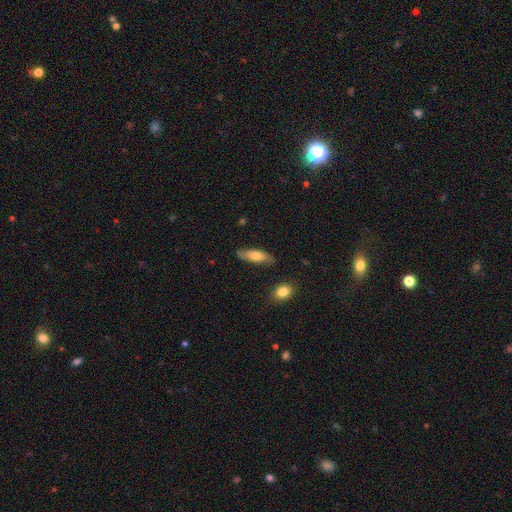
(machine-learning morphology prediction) Overall: smooth (63%; featured or disk 31%). How rounded: in between (64%; cigar-shaped 34%). Merging: none (79%).